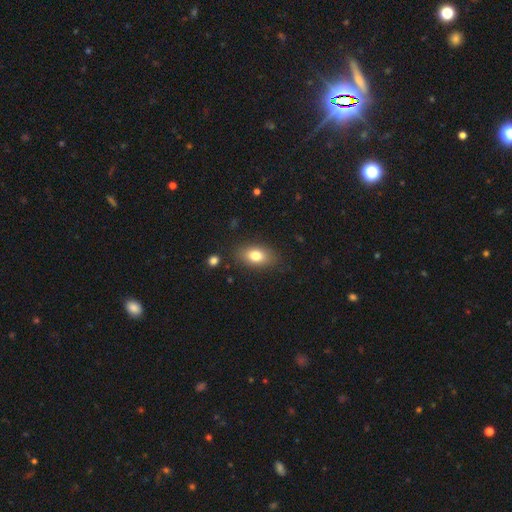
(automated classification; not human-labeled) Smooth or featured: smooth — 79% (featured or disk — 12%)
How rounded: in between — 85% (round — 12%)
Merging: none — 84% (minor disturbance — 11%)